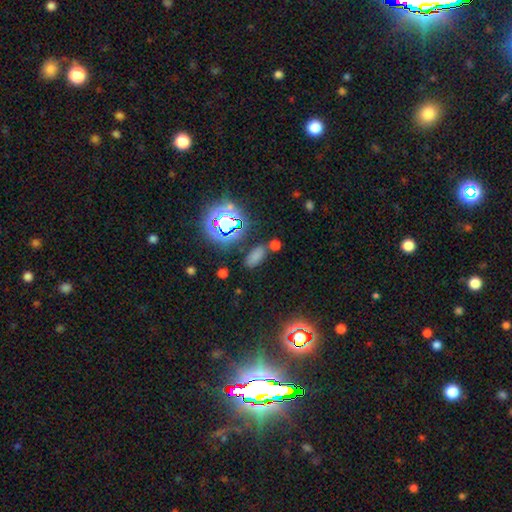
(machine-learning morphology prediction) A smooth galaxy with no disk features (64%) that is in between round and cigar-shaped (86%).

Vote fractions:
- Smooth or featured? smooth: 64% / star or artifact: 28% / featured or disk: 7%
- How rounded? in between: 86% / cigar-shaped: 8% / round: 6%
- Merging? none: 72% / minor disturbance: 13% / merger: 11% / major disturbance: 5%